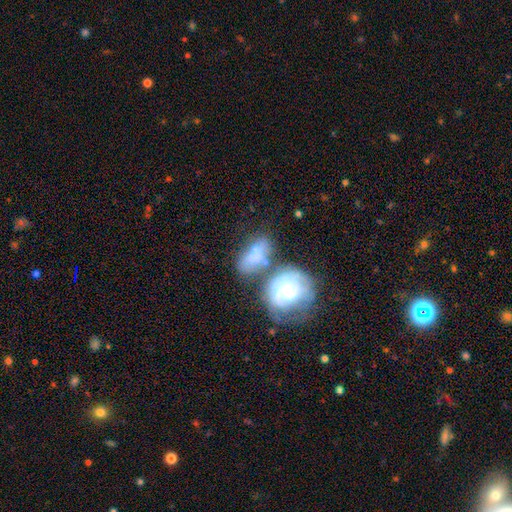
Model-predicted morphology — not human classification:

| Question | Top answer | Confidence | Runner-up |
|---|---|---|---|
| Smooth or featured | smooth | 48% | featured or disk (43%) |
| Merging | merger | 42% | none (28%) |